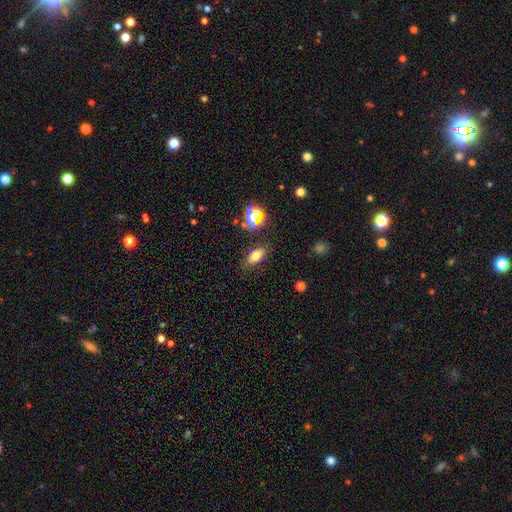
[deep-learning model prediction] smooth-or-featured: smooth: 71% | star or artifact: 15% | featured or disk: 13%
  how-rounded: in between: 85% | round: 9% | cigar-shaped: 6%
  merging: none: 82% | minor disturbance: 12% | major disturbance: 4% | merger: 2%